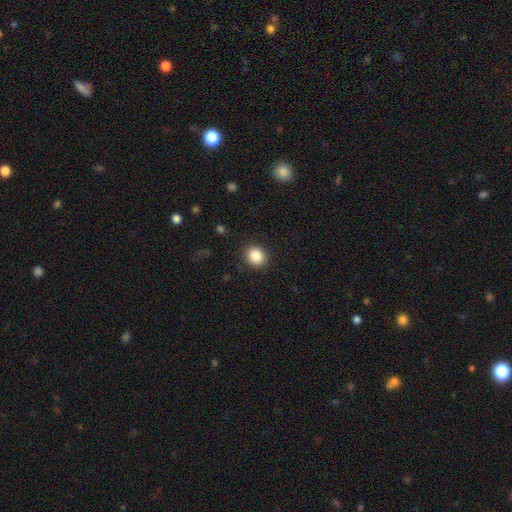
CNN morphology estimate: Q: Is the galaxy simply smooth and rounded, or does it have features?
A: smooth — 86%.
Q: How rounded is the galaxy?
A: round — 66%.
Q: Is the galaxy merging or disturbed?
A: none — 89%.